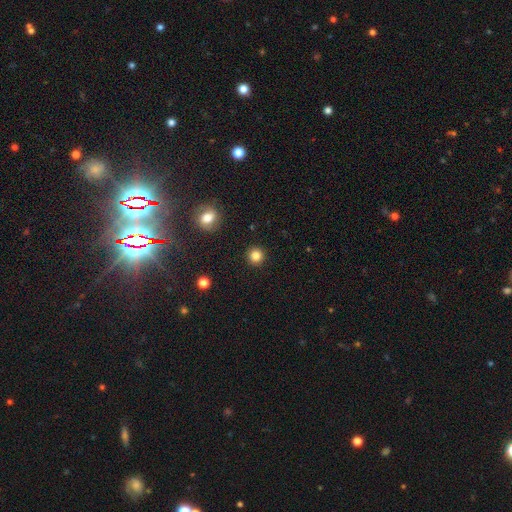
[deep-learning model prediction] Smooth or featured: smooth — 84% (star or artifact — 11%)
How rounded: round — 94% (in between — 5%)
Merging: none — 93% (minor disturbance — 5%)